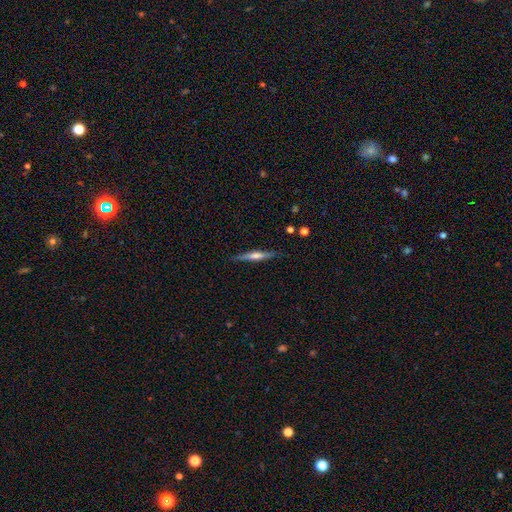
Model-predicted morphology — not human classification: Smooth or featured? Predicted: featured or disk (p=0.58). Edge-on disk? Predicted: yes (p=0.97). Edge-on bulge? Predicted: rounded (p=0.66). Merging? Predicted: none (p=0.88).